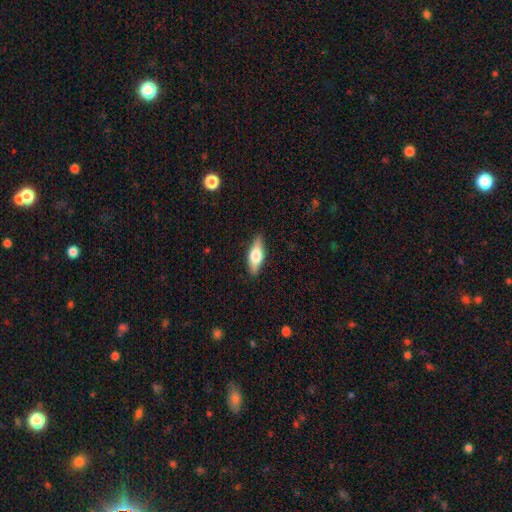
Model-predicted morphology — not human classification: Smooth or featured? Predicted: smooth (p=0.50). How rounded? Predicted: in between (p=0.62). Merging? Predicted: none (p=0.88).